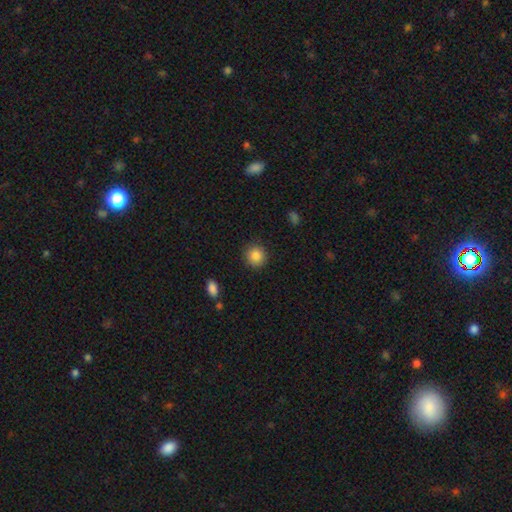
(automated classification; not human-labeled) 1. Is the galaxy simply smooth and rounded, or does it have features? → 86% smooth, 9% star or artifact, 5% featured or disk.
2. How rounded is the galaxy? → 92% round, 7% in between, 1% cigar-shaped.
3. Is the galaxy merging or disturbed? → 89% none, 7% minor disturbance, 2% major disturbance, 1% merger.